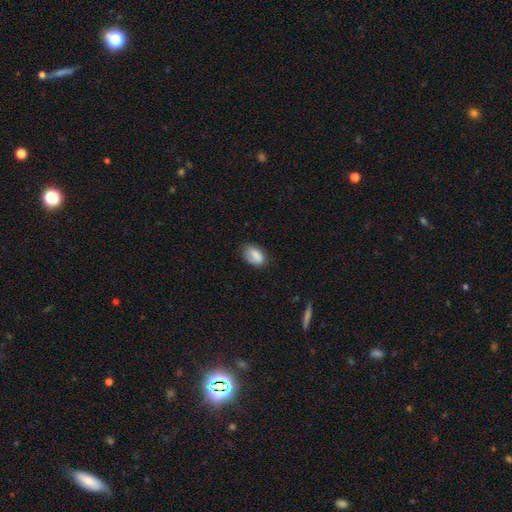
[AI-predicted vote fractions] The model was most divided on "merging": none: 68%, minor disturbance: 24%, major disturbance: 6%, merger: 2%. More confident: how rounded — in between (88%); smooth or featured — smooth (82%).